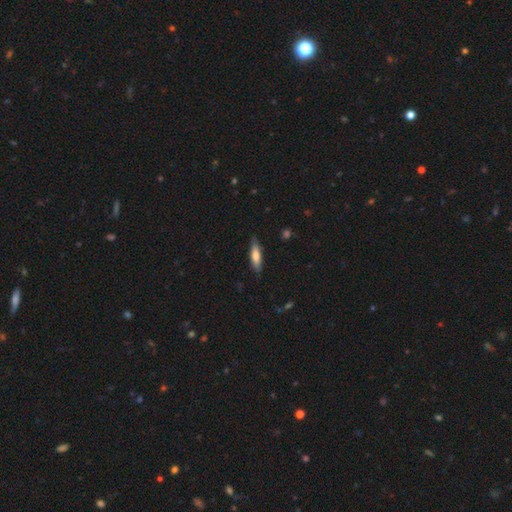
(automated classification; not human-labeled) Smooth or featured? Predicted: smooth (p=0.70). How rounded? Predicted: cigar-shaped (p=0.66). Merging? Predicted: none (p=0.81).